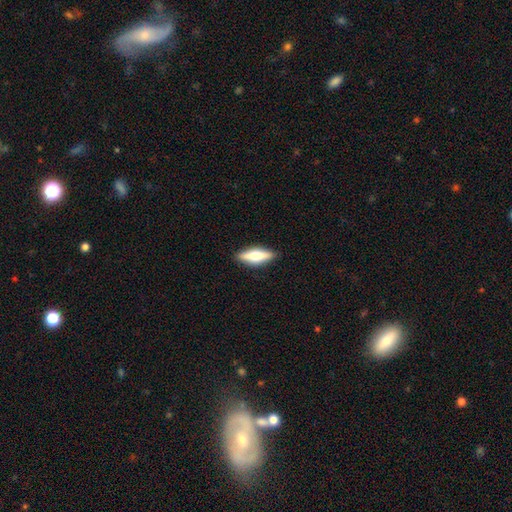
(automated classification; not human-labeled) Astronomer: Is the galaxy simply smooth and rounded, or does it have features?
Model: smooth — 58% (runner-up: featured or disk, 36%).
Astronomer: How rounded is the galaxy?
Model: cigar-shaped — 51% (runner-up: in between, 47%).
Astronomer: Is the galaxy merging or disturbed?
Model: none — 89%.